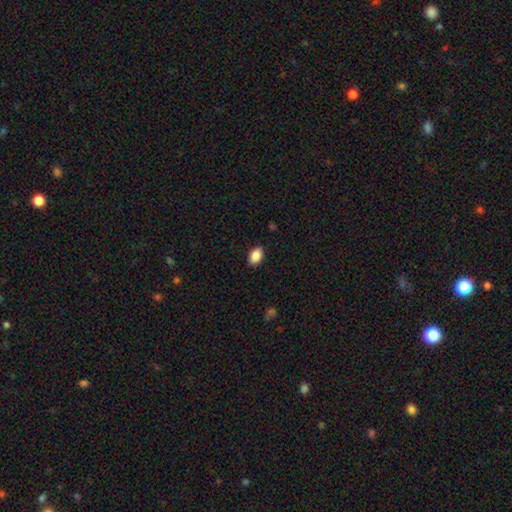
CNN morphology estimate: Smooth or featured? smooth (89%)
How rounded? in between (87%)
Merging? none (88%)